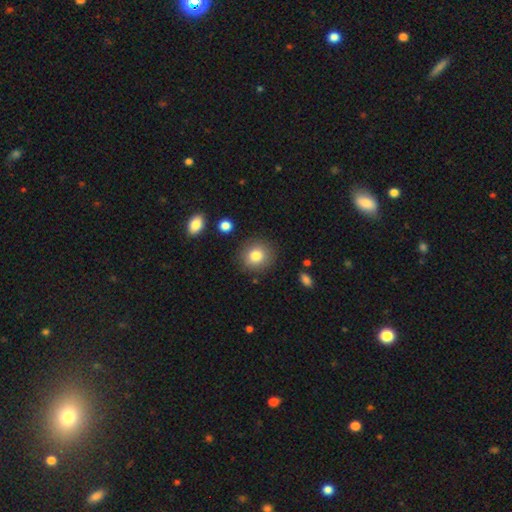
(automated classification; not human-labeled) A smooth galaxy with no disk features (82%) that is round (87%). Merging: none (87%).